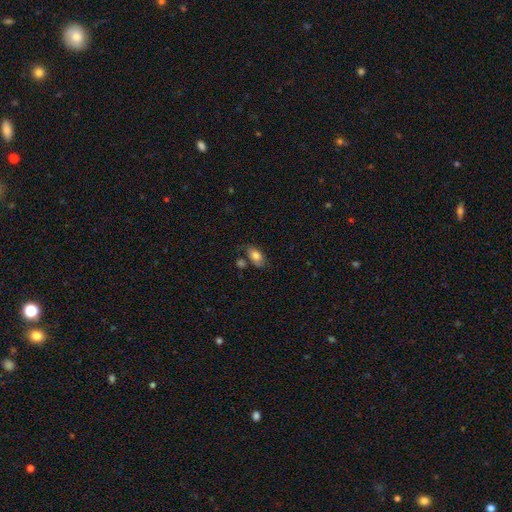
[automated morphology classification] Smooth or featured: smooth — 77% (featured or disk — 16%)
How rounded: in between — 90% (round — 7%)
Merging: none — 59% (minor disturbance — 21%)